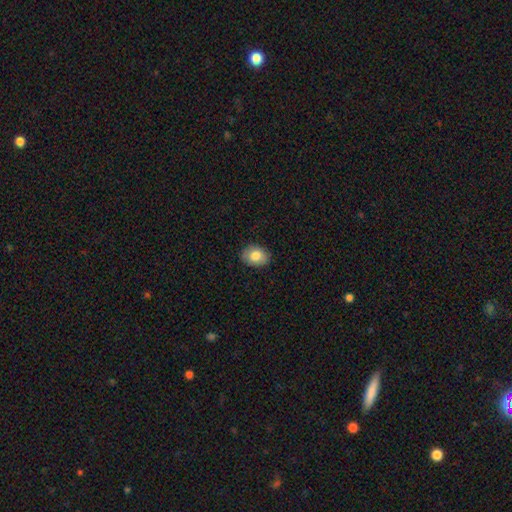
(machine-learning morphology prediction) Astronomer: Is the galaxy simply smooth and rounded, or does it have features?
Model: smooth — 81%.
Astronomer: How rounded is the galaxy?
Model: in between — 69%.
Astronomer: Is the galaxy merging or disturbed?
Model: none — 86%.